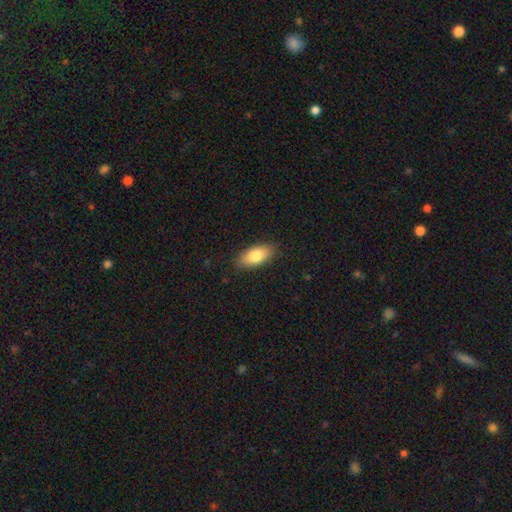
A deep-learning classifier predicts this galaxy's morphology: smooth_or_featured: smooth (p=0.80) [alt: featured or disk p=0.13]
how_rounded: in between (p=0.88) [alt: cigar-shaped p=0.09]
merging: none (p=0.87) [alt: minor disturbance p=0.10]